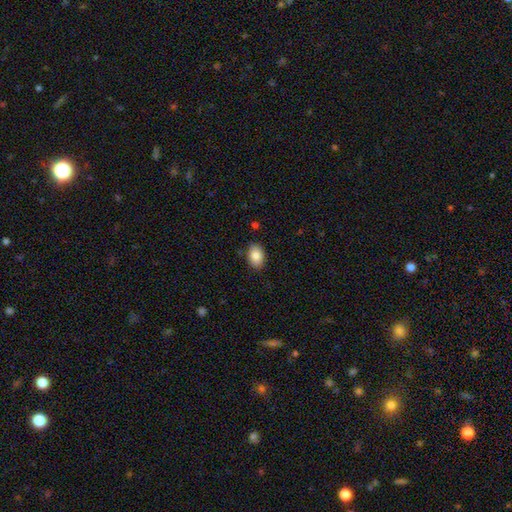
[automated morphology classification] Overall: smooth (87%). How rounded: in between (86%). Merging: none (86%).